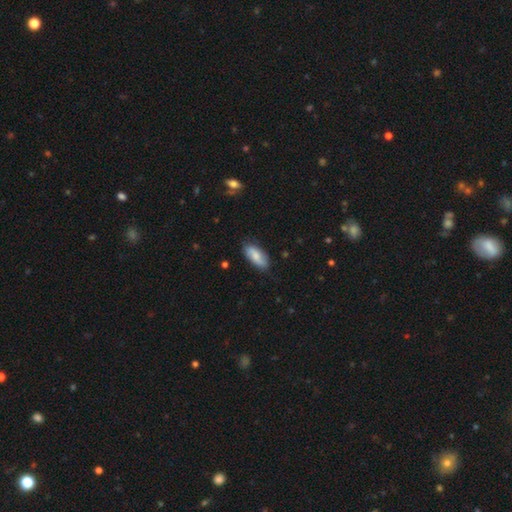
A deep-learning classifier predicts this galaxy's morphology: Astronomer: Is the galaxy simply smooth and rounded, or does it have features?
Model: smooth — 70%.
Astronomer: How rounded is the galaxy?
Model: in between — 85%.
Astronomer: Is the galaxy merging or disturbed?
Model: none — 81%.